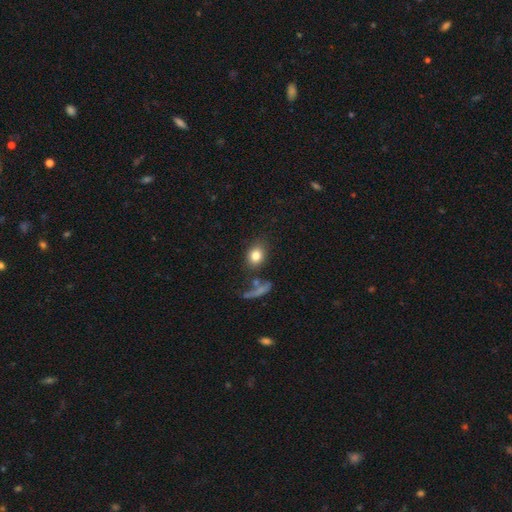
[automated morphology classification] This appears to be a smooth galaxy with no disk features (81%) that is round (53%). Merging: none (74%).